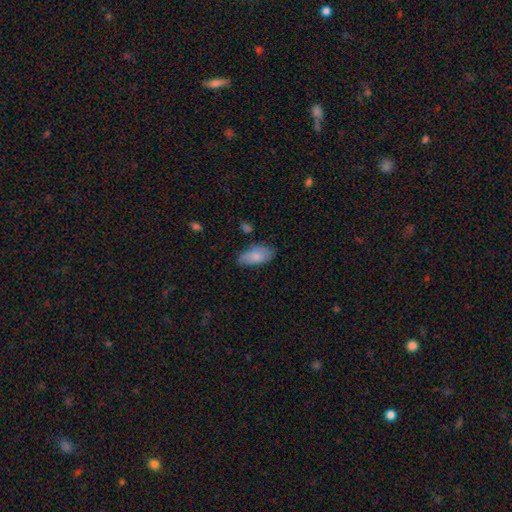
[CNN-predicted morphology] smooth 81%, featured or disk 12%, star or artifact 6%. Down the decision tree: how rounded — in between (91%); merging — none (72%).